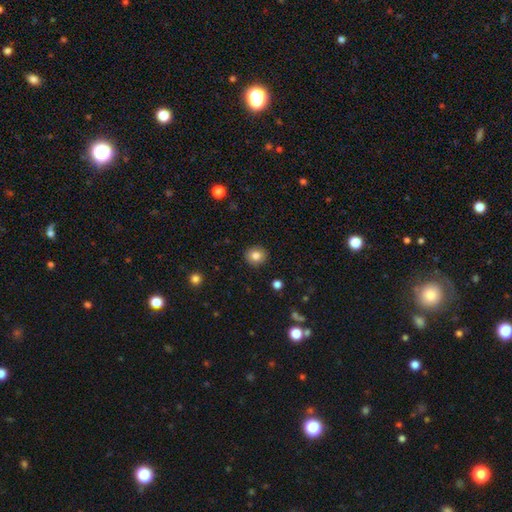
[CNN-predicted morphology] Smooth or featured?
  - smooth: 81% *
  - star or artifact: 10%
  - featured or disk: 9%
How rounded?
  - round: 89% *
  - in between: 10%
  - cigar-shaped: 1%
Merging?
  - none: 91% *
  - minor disturbance: 6%
  - major disturbance: 2%
  - merger: 1%